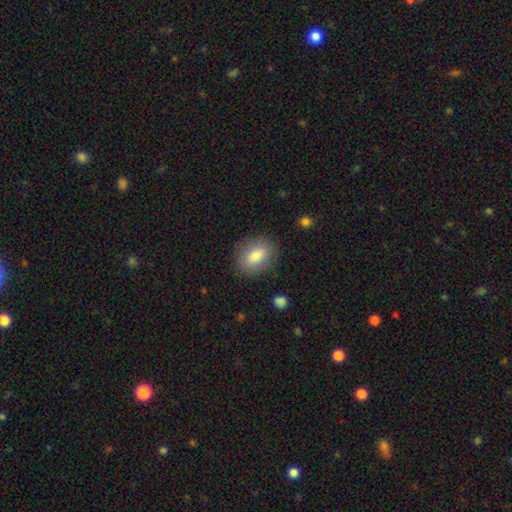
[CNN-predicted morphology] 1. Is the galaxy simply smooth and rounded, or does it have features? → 81% smooth, 11% featured or disk, 8% star or artifact.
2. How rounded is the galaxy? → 71% in between, 28% round, 2% cigar-shaped.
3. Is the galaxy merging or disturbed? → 85% none, 10% minor disturbance, 3% major disturbance, 1% merger.